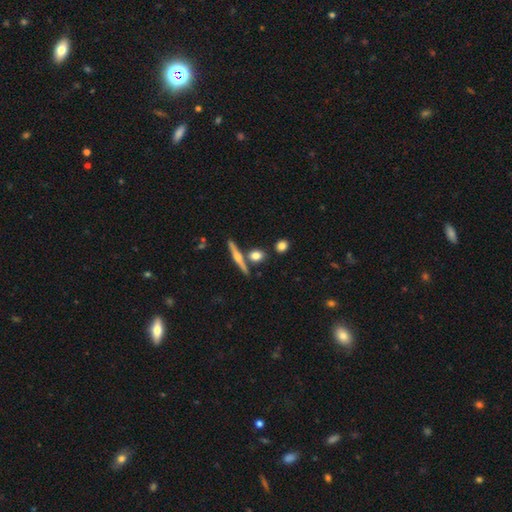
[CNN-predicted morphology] Smooth or featured?
  - smooth: 60% *
  - featured or disk: 31%
  - star or artifact: 9%
How rounded?
  - round: 56% *
  - in between: 23%
  - cigar-shaped: 21%
Merging?
  - none: 76% *
  - merger: 13%
  - minor disturbance: 8%
  - major disturbance: 3%